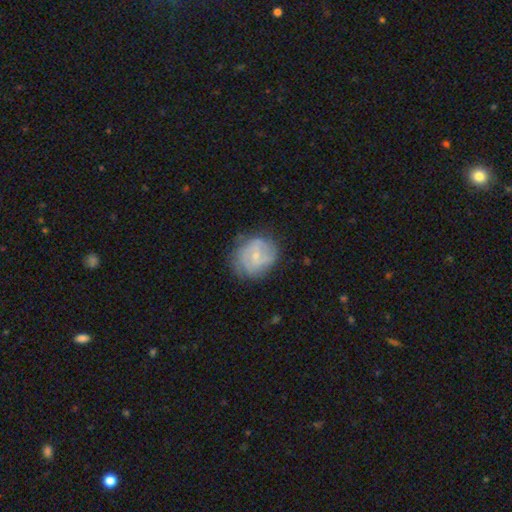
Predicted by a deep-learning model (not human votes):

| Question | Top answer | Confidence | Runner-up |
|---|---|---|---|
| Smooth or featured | featured or disk | 53% | smooth (40%) |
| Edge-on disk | no | 97% | yes (3%) |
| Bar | no | 57% | weak (36%) |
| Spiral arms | yes | 65% | no (35%) |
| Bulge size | small | 72% | moderate (21%) |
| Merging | none | 67% | minor disturbance (22%) |